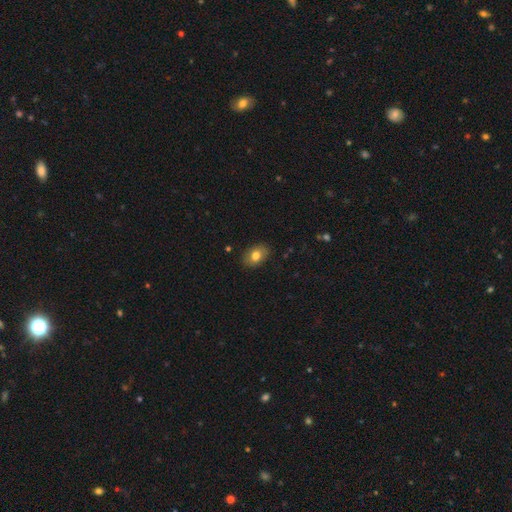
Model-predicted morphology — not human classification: Smooth or featured? Predicted: smooth (p=0.78). How rounded? Predicted: in between (p=0.81). Merging? Predicted: none (p=0.86).